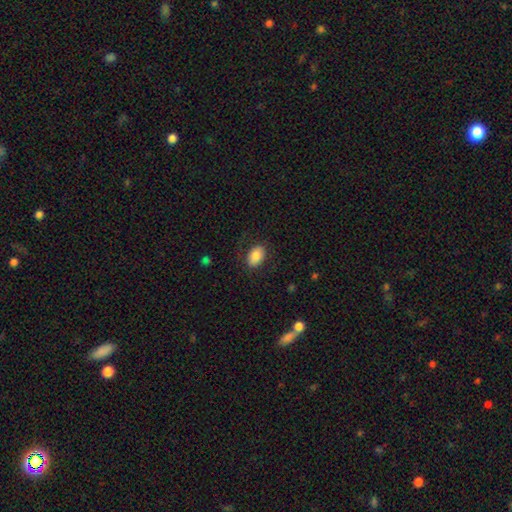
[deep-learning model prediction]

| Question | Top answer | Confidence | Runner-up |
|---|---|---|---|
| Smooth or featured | smooth | 83% | featured or disk (10%) |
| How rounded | in between | 88% | round (11%) |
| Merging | none | 81% | minor disturbance (13%) |